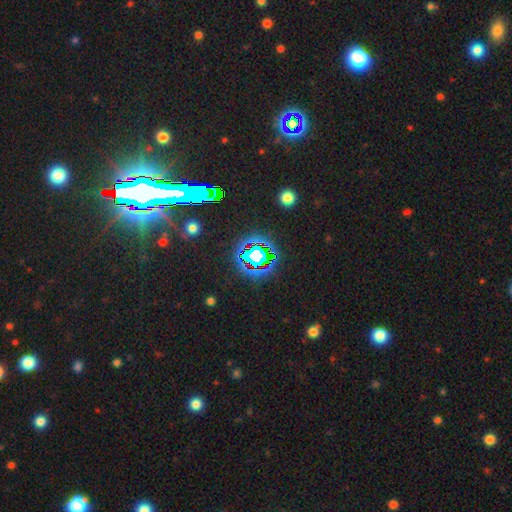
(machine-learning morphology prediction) smooth-or-featured: star or artifact: 77% | smooth: 11% | featured or disk: 11%